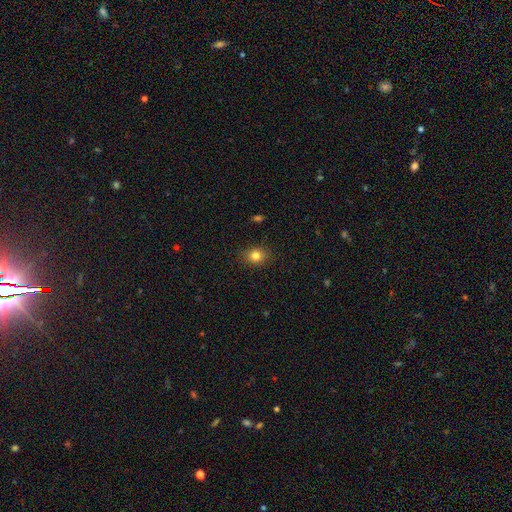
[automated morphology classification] Smooth or featured? Predicted: smooth (p=0.81). How rounded? Predicted: round (p=0.59). Merging? Predicted: none (p=0.87).